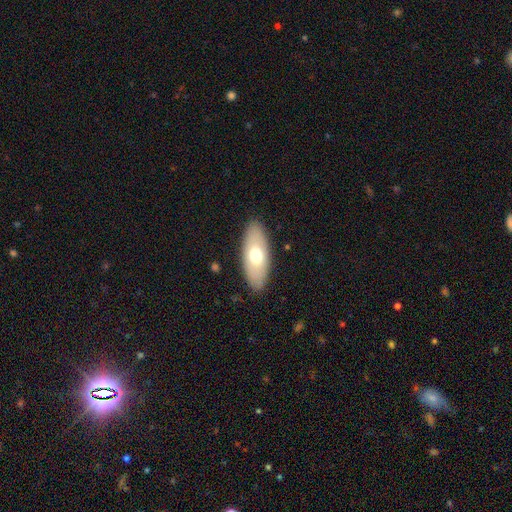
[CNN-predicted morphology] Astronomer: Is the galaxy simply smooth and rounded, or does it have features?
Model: smooth — 64%.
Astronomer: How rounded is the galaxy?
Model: in between — 85%.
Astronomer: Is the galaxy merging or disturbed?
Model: none — 88%.